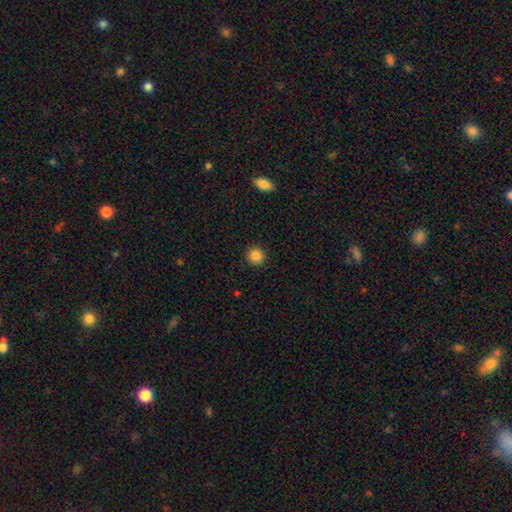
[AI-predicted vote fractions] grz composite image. It shows a smooth galaxy with no disk features (86%) that is round (94%). Merging: none (92%).